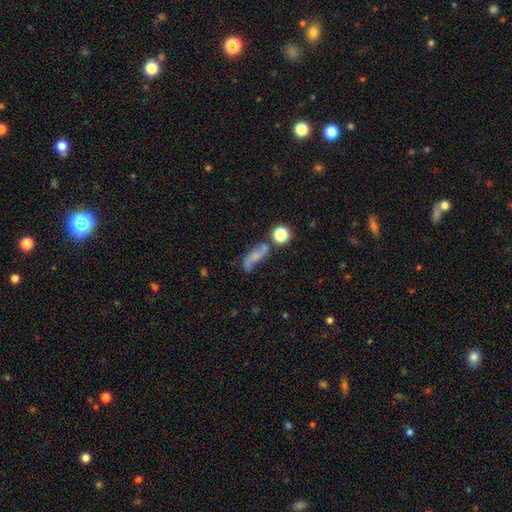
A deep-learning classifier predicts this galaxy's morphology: Smooth or featured: featured or disk — 53% (smooth — 34%)
Edge-on disk: no — 88% (yes — 12%)
Merging: none — 53% (minor disturbance — 21%)